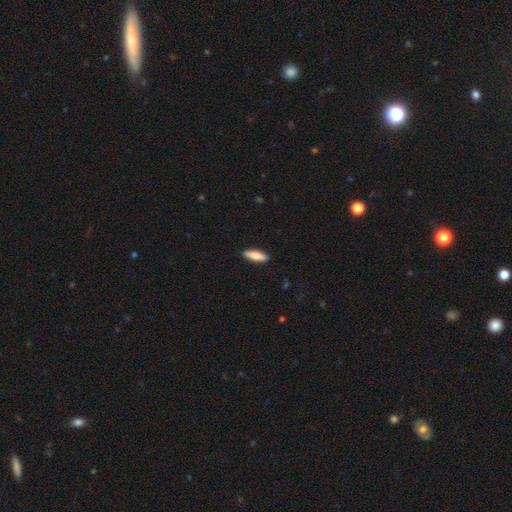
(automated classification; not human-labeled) Overall: smooth (80%). How rounded: in between (55%; cigar-shaped 43%). Merging: none (90%).